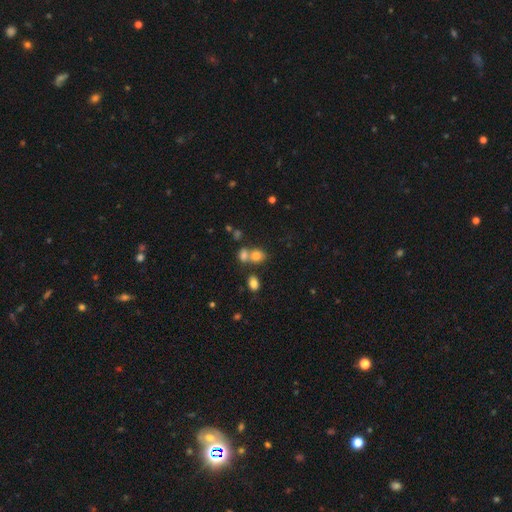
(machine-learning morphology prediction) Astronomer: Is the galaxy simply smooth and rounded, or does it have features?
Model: smooth — 75%.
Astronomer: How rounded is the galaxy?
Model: round — 59% (runner-up: in between, 40%).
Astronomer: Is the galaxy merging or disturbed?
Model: none — 44% (runner-up: merger, 43%).